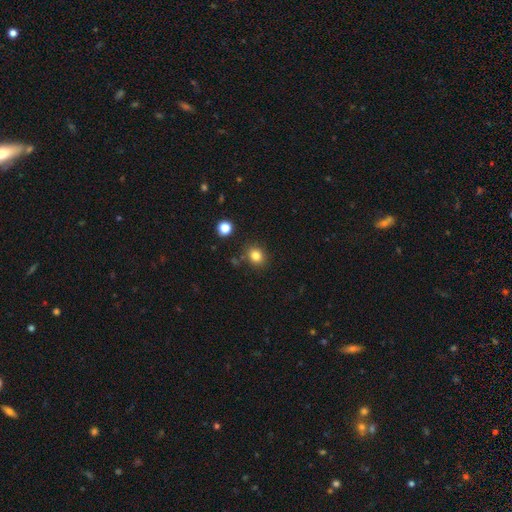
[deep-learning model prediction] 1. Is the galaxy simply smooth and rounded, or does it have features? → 82% smooth, 12% star or artifact, 6% featured or disk.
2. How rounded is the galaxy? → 66% round, 33% in between, 1% cigar-shaped.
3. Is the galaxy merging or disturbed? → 83% none, 10% minor disturbance, 4% merger, 3% major disturbance.